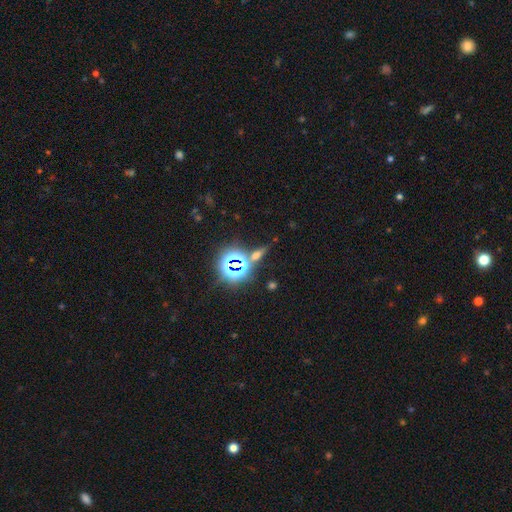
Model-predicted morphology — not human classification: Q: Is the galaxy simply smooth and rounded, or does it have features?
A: star or artifact — 45%.